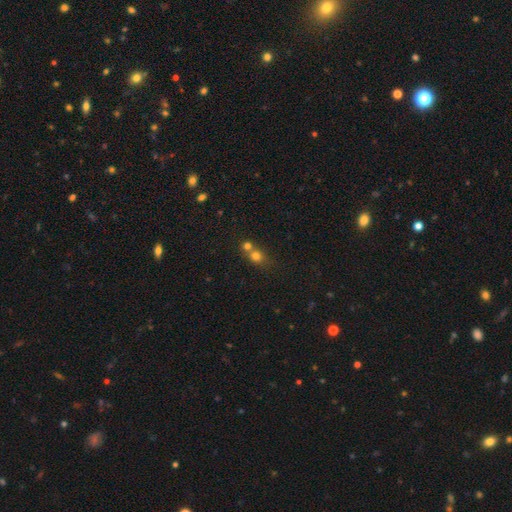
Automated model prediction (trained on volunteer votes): This is likely a smooth galaxy (73%). How rounded: likely round (78%). Merging: possibly merger (54%).